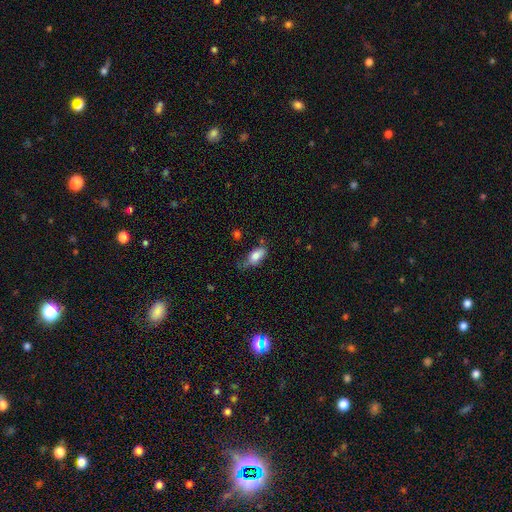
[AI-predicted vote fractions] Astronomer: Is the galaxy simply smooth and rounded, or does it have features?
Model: smooth — 77%.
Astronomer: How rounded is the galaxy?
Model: in between — 86%.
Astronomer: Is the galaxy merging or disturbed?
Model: none — 54% (runner-up: minor disturbance, 32%).